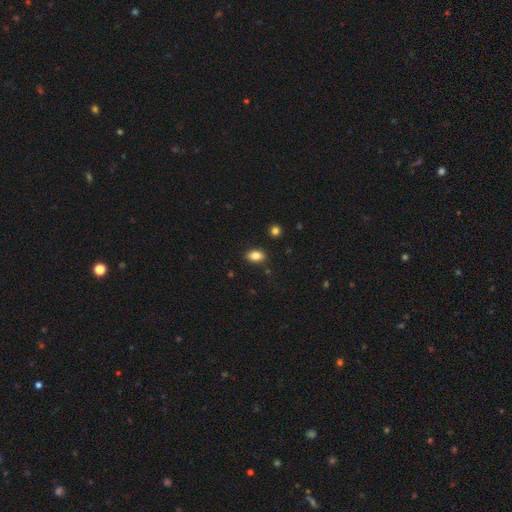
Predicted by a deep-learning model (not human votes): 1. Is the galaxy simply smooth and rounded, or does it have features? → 84% smooth, 9% star or artifact, 7% featured or disk.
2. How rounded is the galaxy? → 85% in between, 13% round, 2% cigar-shaped.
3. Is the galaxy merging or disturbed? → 87% none, 9% minor disturbance, 2% major disturbance, 2% merger.